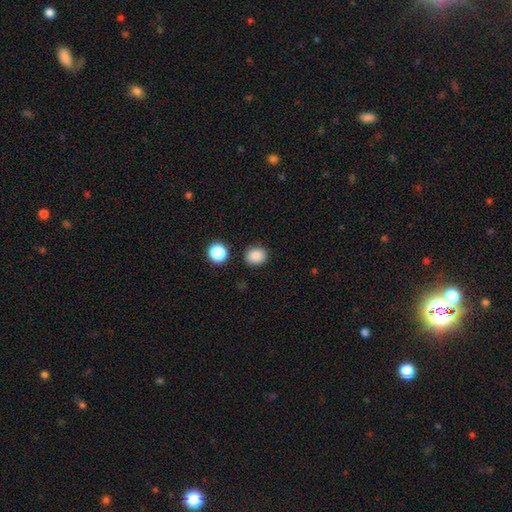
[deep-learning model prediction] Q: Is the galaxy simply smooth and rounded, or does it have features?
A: smooth — 87%.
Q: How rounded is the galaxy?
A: round — 69%.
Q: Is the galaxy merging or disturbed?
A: none — 85%.